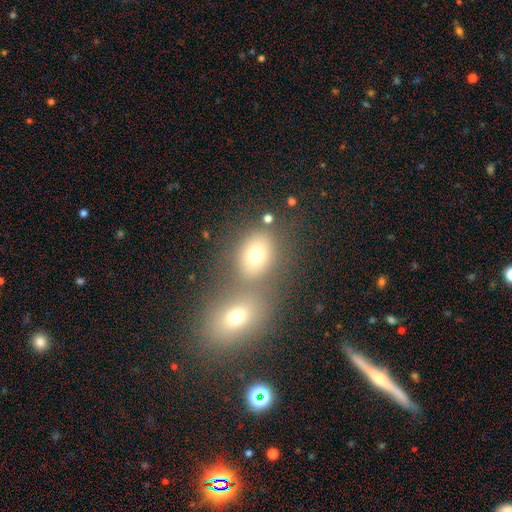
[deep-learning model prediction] smooth-or-featured: smooth: 71% | star or artifact: 15% | featured or disk: 14%
  how-rounded: in between: 54% | round: 44% | cigar-shaped: 1%
  merging: none: 46% | merger: 41% | minor disturbance: 9% | major disturbance: 4%